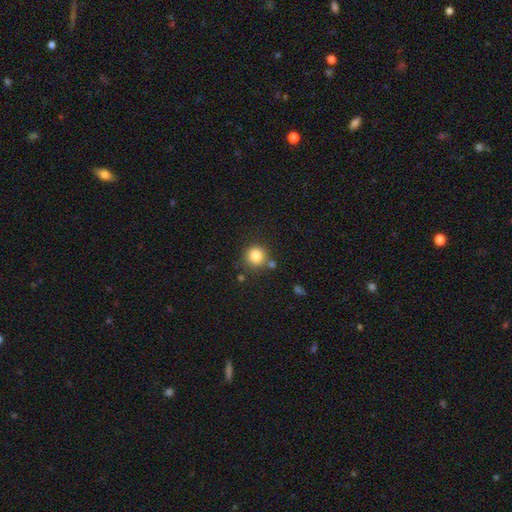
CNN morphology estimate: This appears to be a smooth galaxy with no disk features (84%) that is round (92%). Merging: none (76%).